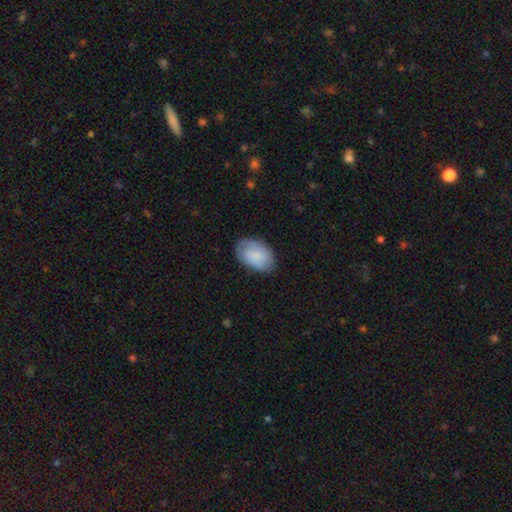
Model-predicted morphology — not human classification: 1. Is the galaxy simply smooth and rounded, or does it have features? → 78% smooth, 16% featured or disk, 6% star or artifact.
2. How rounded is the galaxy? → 89% in between, 10% round, 1% cigar-shaped.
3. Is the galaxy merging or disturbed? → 78% none, 17% minor disturbance, 4% major disturbance, 1% merger.